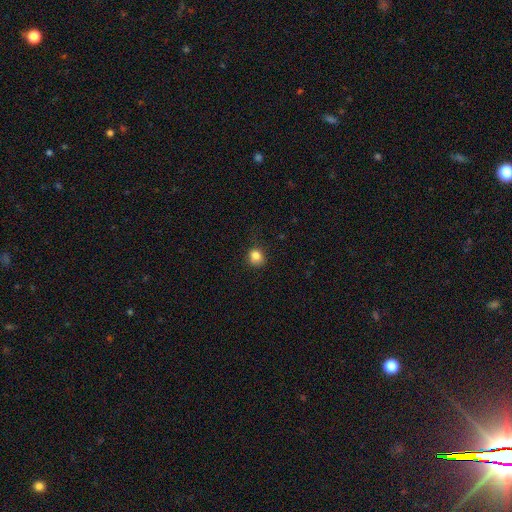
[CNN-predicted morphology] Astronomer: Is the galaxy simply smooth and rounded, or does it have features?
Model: smooth — 83%.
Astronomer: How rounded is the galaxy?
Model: round — 73%.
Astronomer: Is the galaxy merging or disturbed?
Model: none — 73%.